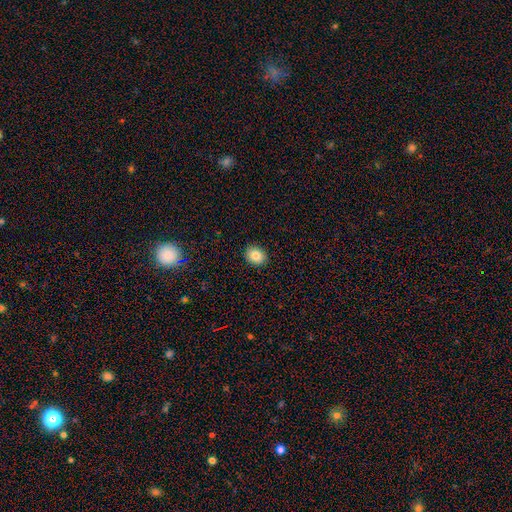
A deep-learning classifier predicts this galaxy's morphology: smooth_or_featured: smooth (p=0.83) [alt: star or artifact p=0.10]
how_rounded: round (p=0.53) [alt: in between p=0.47]
merging: none (p=0.90) [alt: minor disturbance p=0.07]